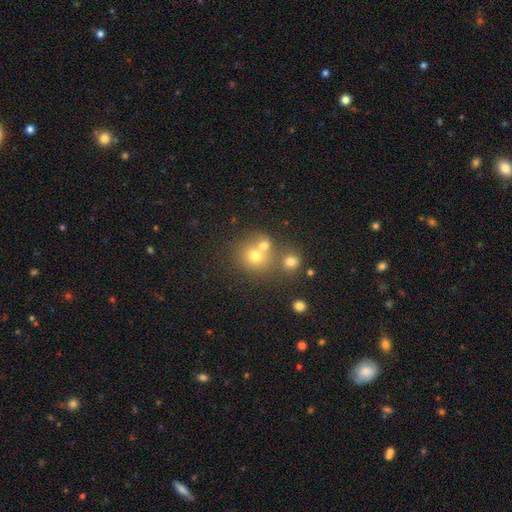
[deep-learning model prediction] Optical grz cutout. It shows a smooth galaxy with no disk features (68%) that is round (85%). Merging: none (50%).